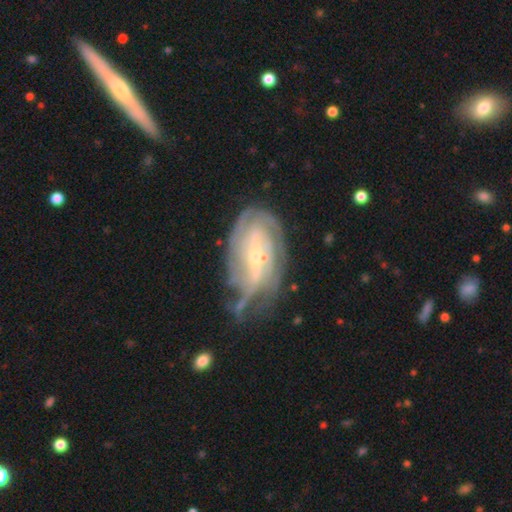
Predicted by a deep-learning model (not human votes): The model was most divided on "bar": weak: 41%, no: 38%, strong: 20%. Remaining: edge-on disk — no (95%); spiral arms — yes (91%); smooth or featured — featured or disk (83%); bulge size — small (69%); spiral winding — tight (59%); merging — none (53%); spiral arm count — can't tell (42%).